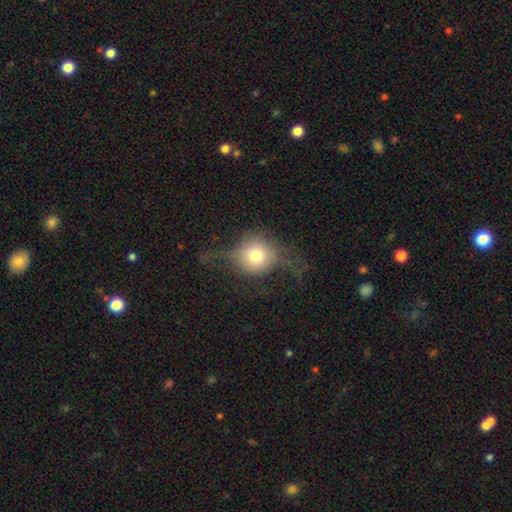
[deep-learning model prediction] smooth-or-featured: smooth: 57% | featured or disk: 31% | star or artifact: 12%
  how-rounded: round: 84% | in between: 14% | cigar-shaped: 2%
  merging: none: 45% | major disturbance: 30% | minor disturbance: 22% | merger: 2%